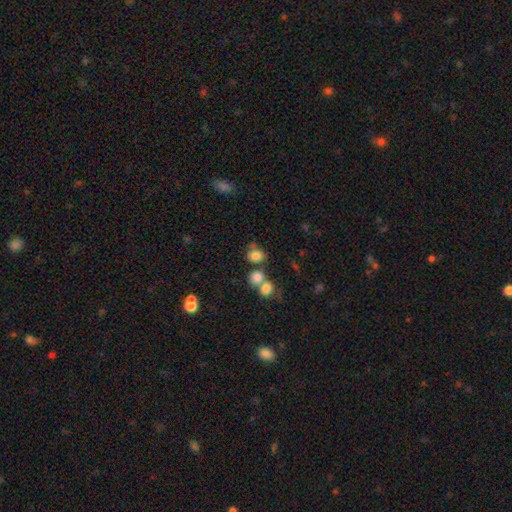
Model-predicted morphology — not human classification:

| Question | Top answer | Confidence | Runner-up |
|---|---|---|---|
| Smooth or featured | smooth | 79% | star or artifact (12%) |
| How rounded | round | 60% | in between (38%) |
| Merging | none | 50% | merger (32%) |